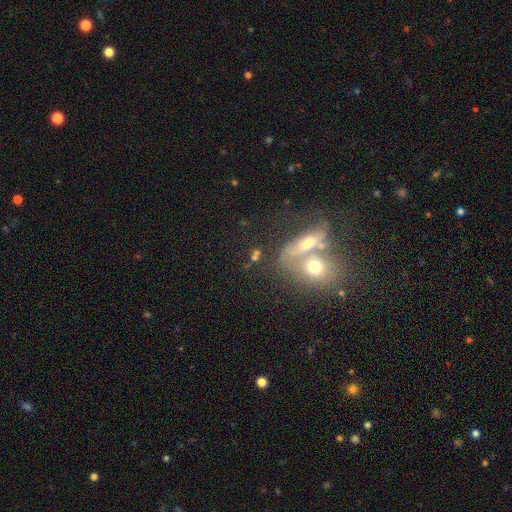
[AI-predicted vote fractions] The model was most divided on "how rounded": in between: 46%, round: 39%, cigar-shaped: 14%. Remaining: smooth or featured — smooth (52%); merging — merger (49%).